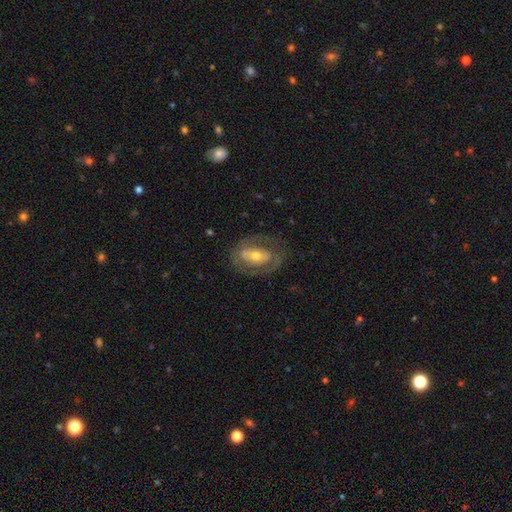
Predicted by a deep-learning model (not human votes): featured or disk 67%, smooth 27%, star or artifact 6%. Down the decision tree: edge-on disk — no (92%); bar — no (43%); spiral arms — no (50%, tied with yes); bulge size — moderate (61%); merging — none (70%).